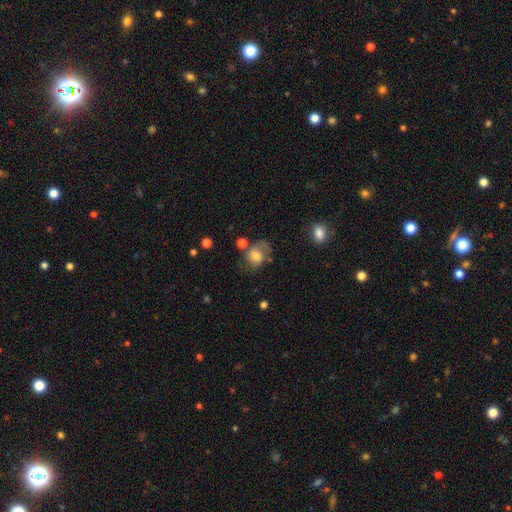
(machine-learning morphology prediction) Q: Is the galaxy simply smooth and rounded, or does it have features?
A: featured or disk — 47%.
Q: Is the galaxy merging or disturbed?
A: none — 47%.